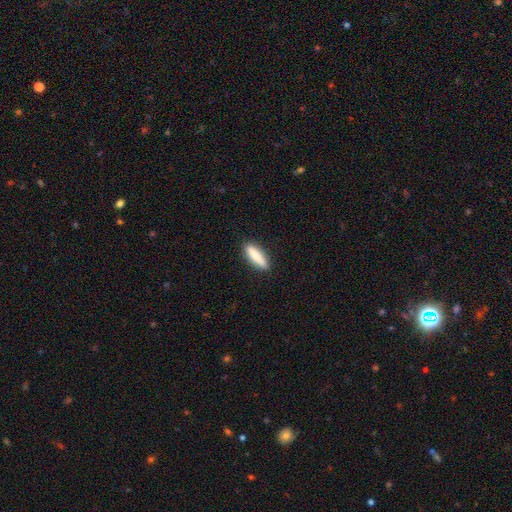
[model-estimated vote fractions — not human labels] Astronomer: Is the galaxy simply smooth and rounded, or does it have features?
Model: smooth — 85%.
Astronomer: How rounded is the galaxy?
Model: cigar-shaped — 65%.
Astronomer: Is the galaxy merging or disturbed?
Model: none — 89%.